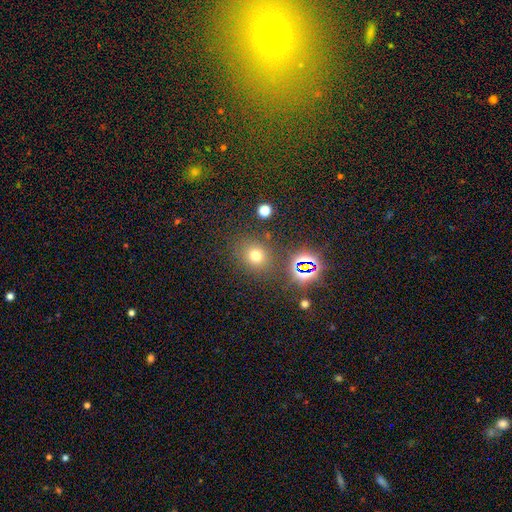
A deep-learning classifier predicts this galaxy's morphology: Overall: smooth (65%; star or artifact 26%). How rounded: round (74%). Merging: none (80%).